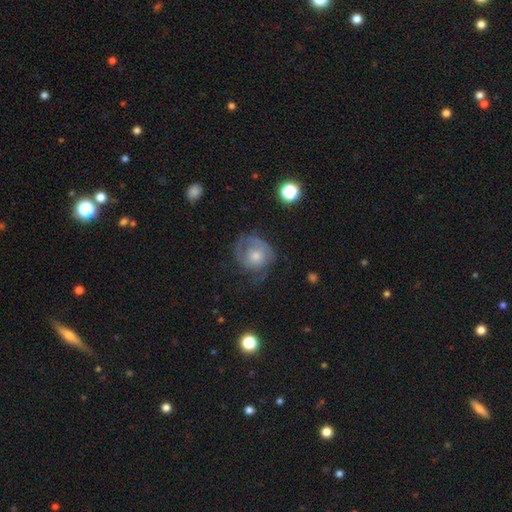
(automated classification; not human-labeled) The model was most divided on "bulge size": moderate: 50%, small: 36%, large: 8%, none: 4%, dominant: 2%. Remaining: edge-on disk — no (97%); bar — no (82%); spiral arms — yes (68%); smooth or featured — featured or disk (55%); merging — none (47%).